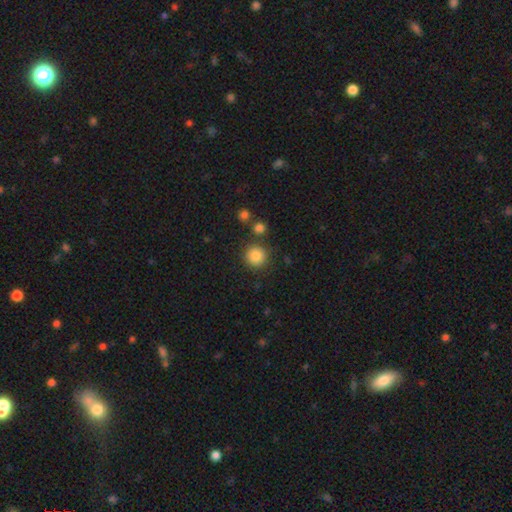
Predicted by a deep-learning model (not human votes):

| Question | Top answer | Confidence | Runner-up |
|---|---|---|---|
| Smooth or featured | smooth | 84% | star or artifact (11%) |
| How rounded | round | 94% | in between (5%) |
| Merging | none | 84% | minor disturbance (7%) |